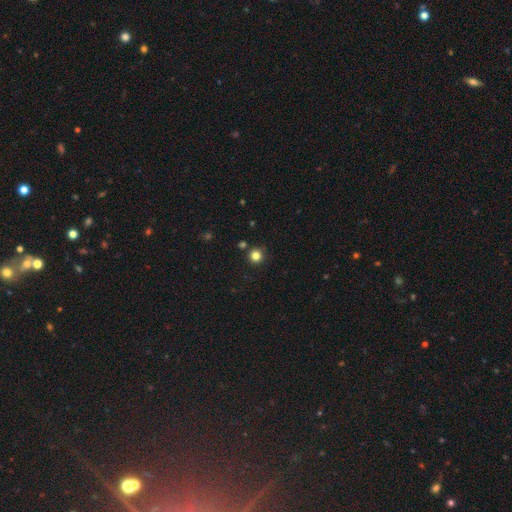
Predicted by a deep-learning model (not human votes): Morphology: type=smooth (82%); roundness=round (95%); merging=none (88%).